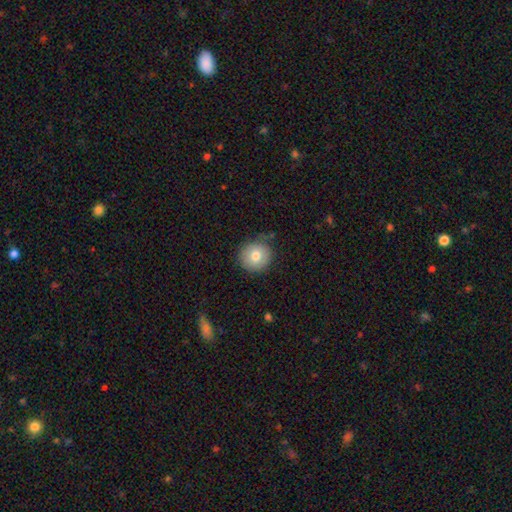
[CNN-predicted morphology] Smooth or featured? smooth (76%)
How rounded? round (92%)
Merging? none (83%)